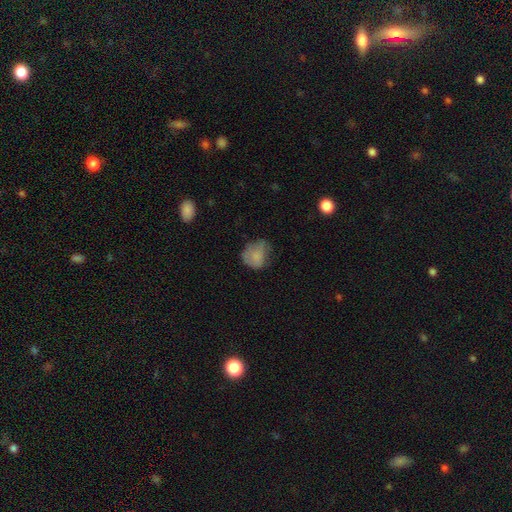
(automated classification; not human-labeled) Morphology: type=smooth (74%); roundness=round (64%); merging=none (43%).